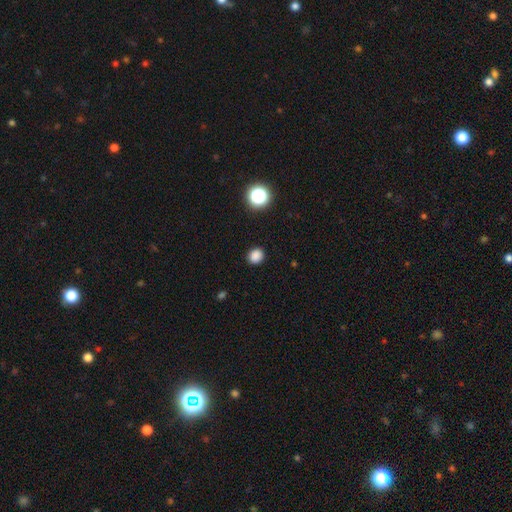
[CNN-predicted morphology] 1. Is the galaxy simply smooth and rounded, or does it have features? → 84% smooth, 13% star or artifact, 3% featured or disk.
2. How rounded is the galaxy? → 78% round, 21% in between, 1% cigar-shaped.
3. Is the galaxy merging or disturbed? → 90% none, 7% minor disturbance, 2% major disturbance, 1% merger.